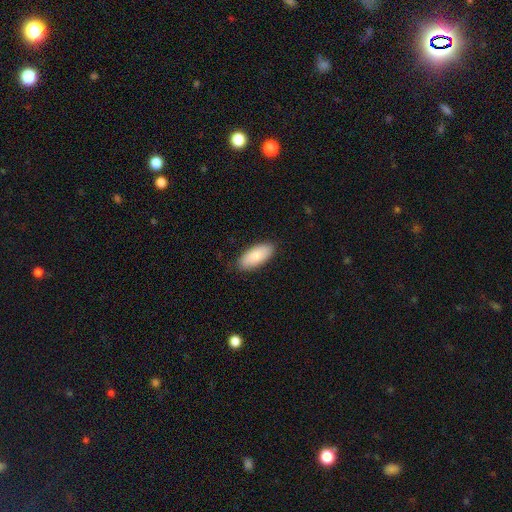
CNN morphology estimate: smooth 84%, featured or disk 10%, star or artifact 6%. Down the decision tree: how rounded — in between (89%); merging — none (86%).